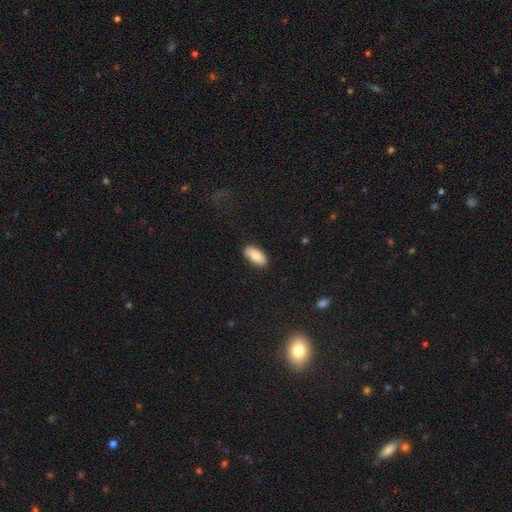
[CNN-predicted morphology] A smooth galaxy with no disk features (82%) that is in between round and cigar-shaped (91%).

Vote fractions:
- Smooth or featured? smooth: 82% / featured or disk: 11% / star or artifact: 6%
- How rounded? in between: 91% / cigar-shaped: 6% / round: 2%
- Merging? none: 87% / minor disturbance: 10% / major disturbance: 2% / merger: 1%